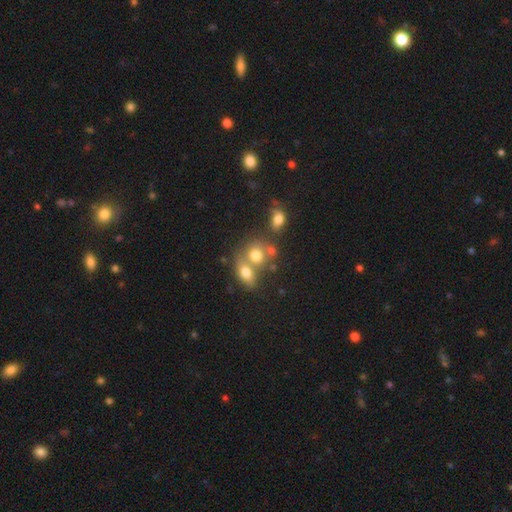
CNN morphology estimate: Smooth or featured? Predicted: smooth (p=0.72). How rounded? Predicted: round (p=0.55). Merging? Predicted: merger (p=0.52).